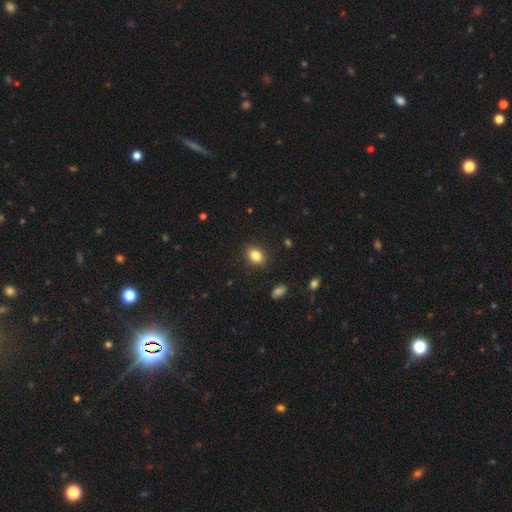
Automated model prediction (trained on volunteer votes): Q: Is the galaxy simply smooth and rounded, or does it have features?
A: smooth — 84%.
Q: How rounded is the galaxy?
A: in between — 73%.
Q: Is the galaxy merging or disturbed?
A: none — 88%.